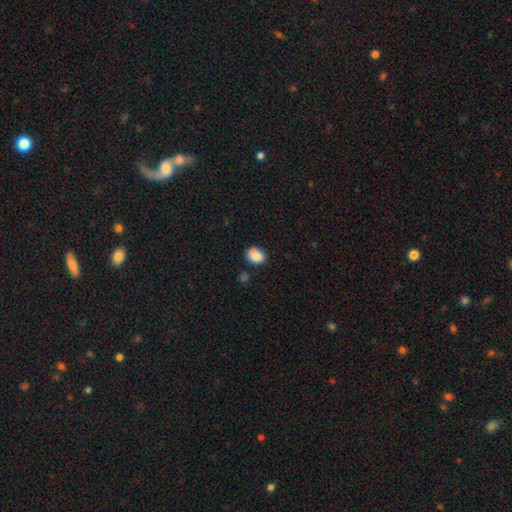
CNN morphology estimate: Overall: smooth (80%). How rounded: in between (54%; round 45%). Merging: none (48%; merger 30%).